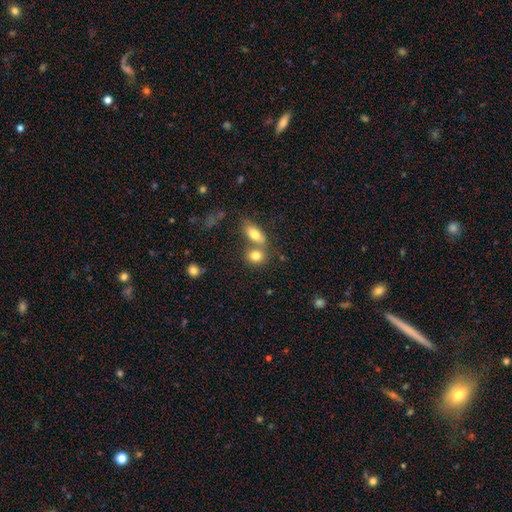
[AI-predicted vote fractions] smooth-or-featured: smooth: 80% | featured or disk: 11% | star or artifact: 9%
  how-rounded: round: 50% | in between: 47% | cigar-shaped: 3%
  merging: merger: 45% | none: 42% | minor disturbance: 9% | major disturbance: 4%